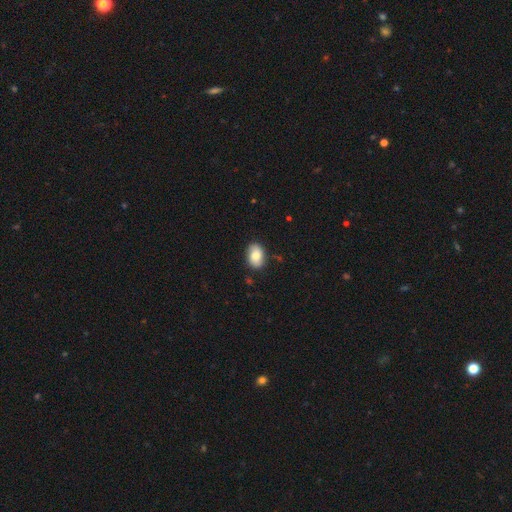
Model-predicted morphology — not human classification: The model was most divided on "smooth or featured": smooth: 77%, featured or disk: 15%, star or artifact: 7%. More confident: how rounded — in between (85%); merging — none (80%).